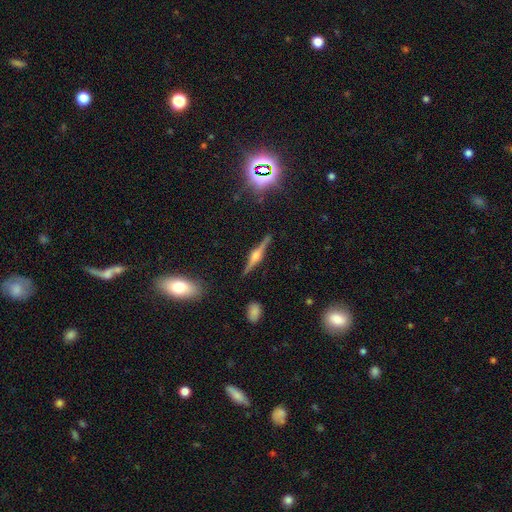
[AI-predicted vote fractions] Smooth or featured?
  - featured or disk: 82% *
  - smooth: 11%
  - star or artifact: 7%
Edge-on disk?
  - yes: 98% *
  - no: 2%
Edge-on bulge?
  - rounded: 88% *
  - boxy: 10%
  - none: 2%
Merging?
  - none: 89% *
  - minor disturbance: 8%
  - major disturbance: 2%
  - merger: 2%